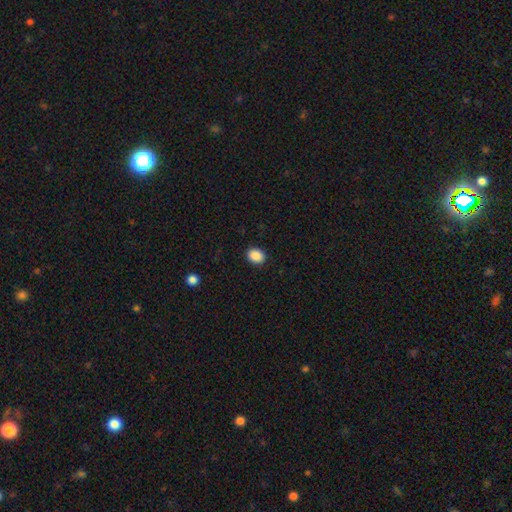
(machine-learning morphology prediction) Smooth or featured? Predicted: smooth (p=0.89). How rounded? Predicted: in between (p=0.59). Merging? Predicted: none (p=0.90).